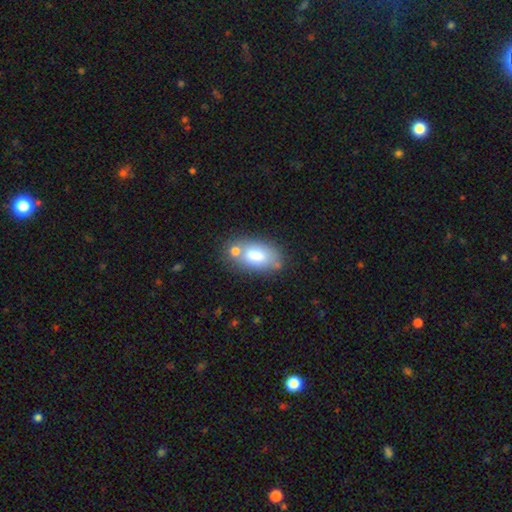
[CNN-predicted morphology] The model was most divided on "merging": none: 57%, merger: 21%, minor disturbance: 16%, major disturbance: 5%. More confident: how rounded — in between (92%); smooth or featured — smooth (78%).